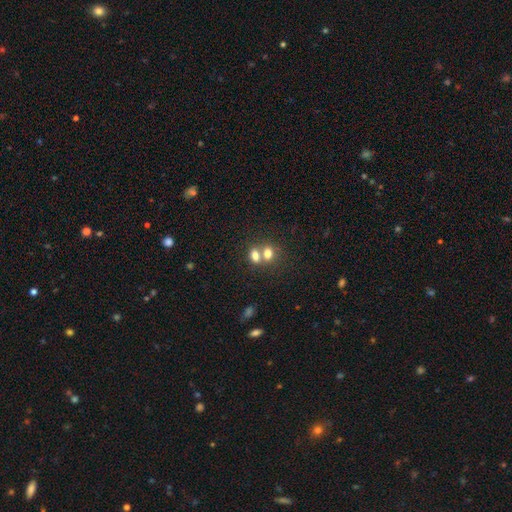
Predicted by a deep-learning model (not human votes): This is likely a smooth galaxy (74%). How rounded: likely in between (61%). Merging: likely merger (60%).